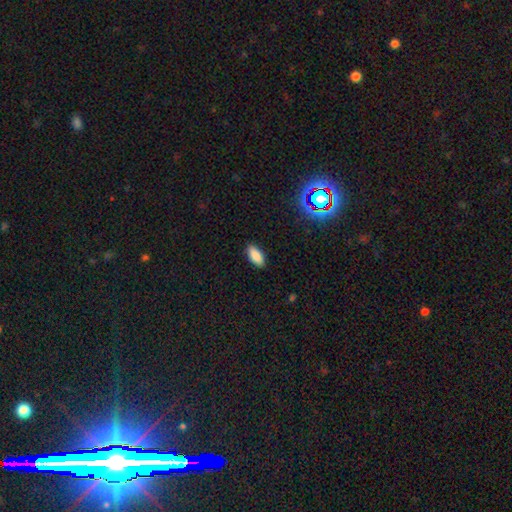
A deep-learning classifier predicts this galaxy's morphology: smooth_or_featured: smooth (p=0.86) [alt: star or artifact p=0.09]
how_rounded: in between (p=0.88) [alt: cigar-shaped p=0.10]
merging: none (p=0.87) [alt: minor disturbance p=0.09]